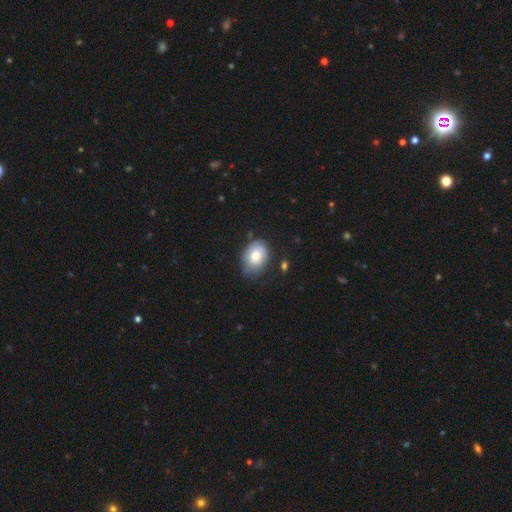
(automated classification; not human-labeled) A smooth galaxy with no disk features (67%) that is in between round and cigar-shaped (64%). Merging: none (64%).